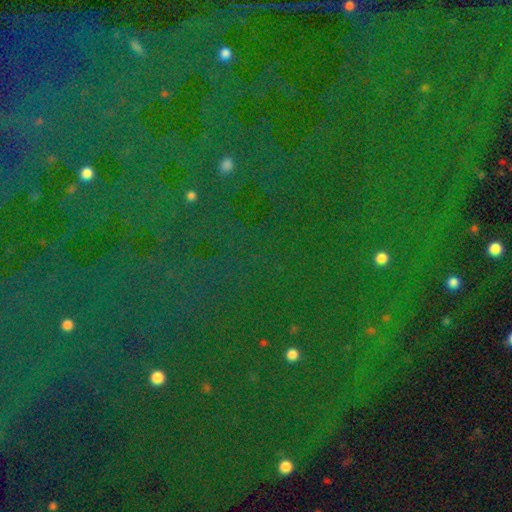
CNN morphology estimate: This appears to be a star or artifact, not a galaxy (83%).